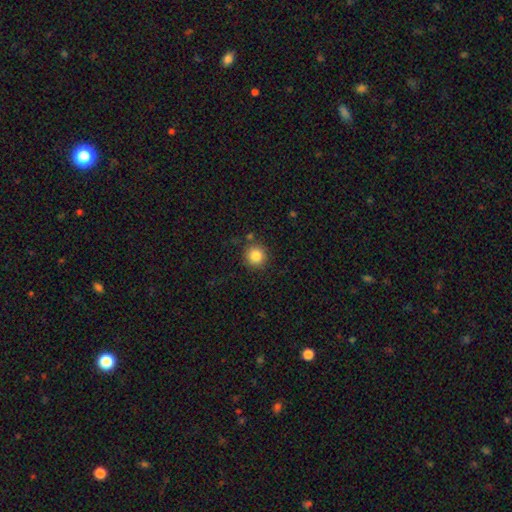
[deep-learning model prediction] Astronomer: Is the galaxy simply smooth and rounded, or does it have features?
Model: smooth — 84%.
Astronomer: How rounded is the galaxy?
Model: round — 94%.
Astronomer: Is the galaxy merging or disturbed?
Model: none — 86%.